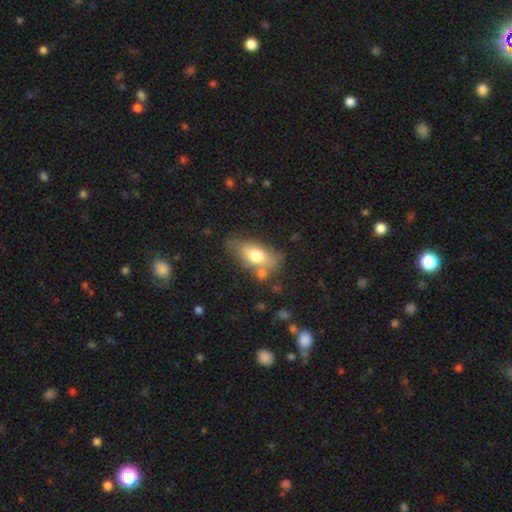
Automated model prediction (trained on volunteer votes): The model was most divided on "merging": none: 58%, minor disturbance: 22%, merger: 11%, major disturbance: 8%. More confident: how rounded — in between (84%); smooth or featured — smooth (69%).